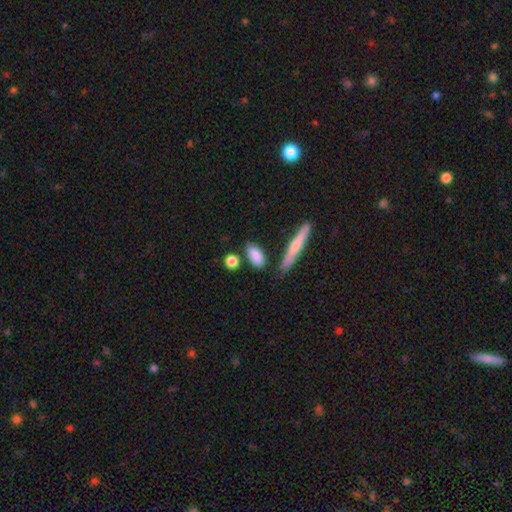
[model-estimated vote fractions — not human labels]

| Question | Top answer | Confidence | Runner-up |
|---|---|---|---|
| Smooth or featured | smooth | 84% | featured or disk (10%) |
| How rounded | in between | 76% | cigar-shaped (16%) |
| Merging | none | 76% | minor disturbance (13%) |